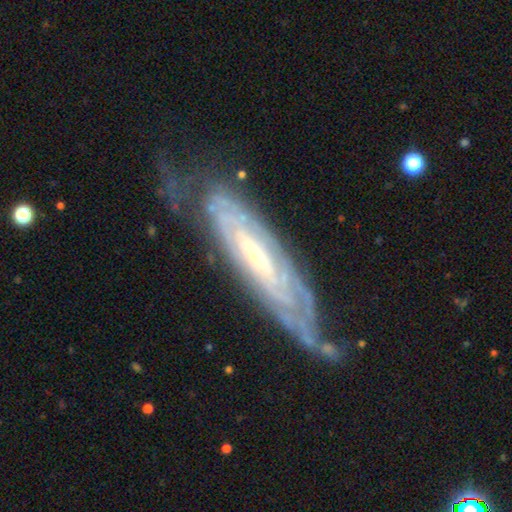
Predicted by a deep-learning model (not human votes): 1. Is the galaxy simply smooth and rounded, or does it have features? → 85% featured or disk, 9% smooth, 6% star or artifact.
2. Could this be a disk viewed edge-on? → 77% no, 23% yes.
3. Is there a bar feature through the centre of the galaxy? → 48% no, 35% weak, 17% strong.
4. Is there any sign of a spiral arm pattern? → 93% yes, 7% no.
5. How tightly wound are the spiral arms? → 79% tight, 17% medium, 4% loose.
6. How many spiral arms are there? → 59% can't tell, 15% 2, 8% 3, 8% 4, 6% more than 4, 4% 1.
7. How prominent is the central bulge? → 66% small, 29% moderate, 2% large, 2% none, 1% dominant.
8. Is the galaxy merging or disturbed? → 61% none, 25% minor disturbance, 11% major disturbance, 3% merger.